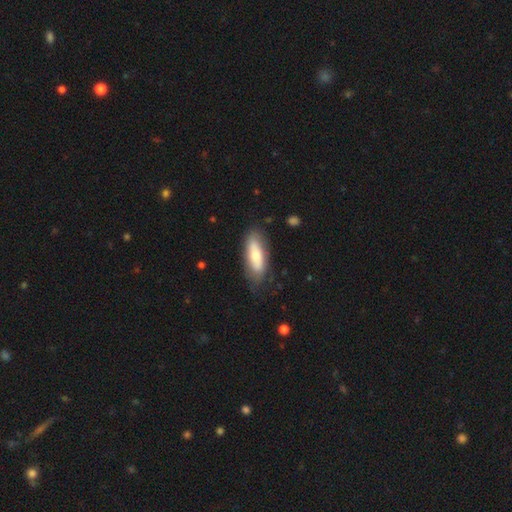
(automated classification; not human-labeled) Smooth or featured: smooth — 66% (featured or disk — 29%)
How rounded: in between — 67% (cigar-shaped — 31%)
Merging: none — 75% (minor disturbance — 18%)